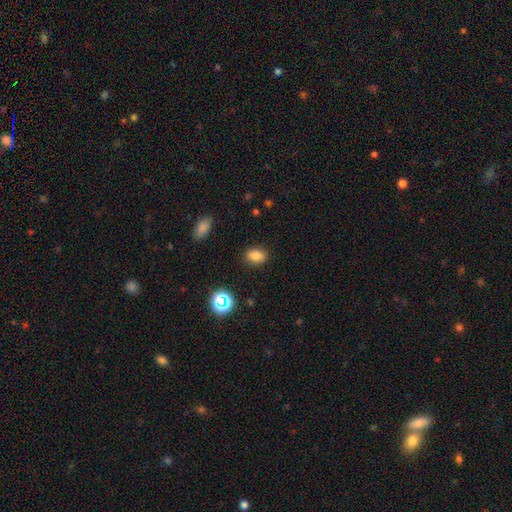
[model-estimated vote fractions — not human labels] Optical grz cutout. It shows a smooth galaxy with no disk features (80%) that is in between round and cigar-shaped (75%). Merging: none (86%).